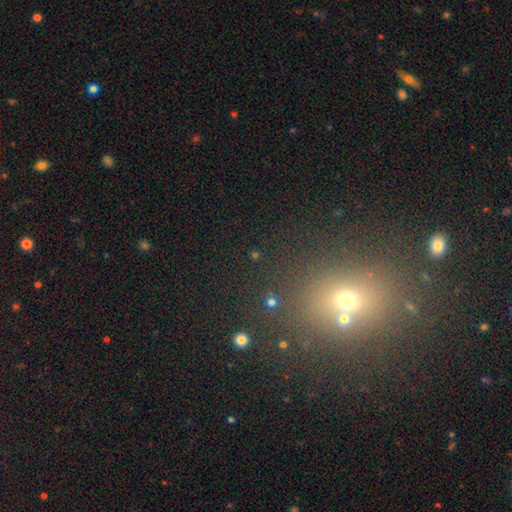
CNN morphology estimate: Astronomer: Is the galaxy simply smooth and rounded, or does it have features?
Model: star or artifact — 45% (runner-up: smooth, 43%).